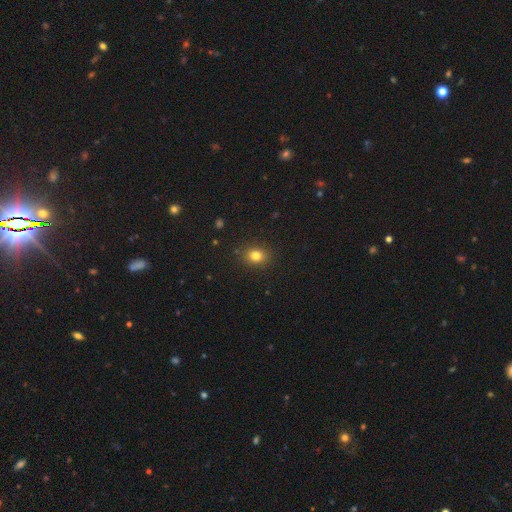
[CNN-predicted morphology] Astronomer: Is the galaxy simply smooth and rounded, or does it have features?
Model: smooth — 81%.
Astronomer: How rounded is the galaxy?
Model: round — 59% (runner-up: in between, 40%).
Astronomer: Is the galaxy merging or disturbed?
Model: none — 89%.